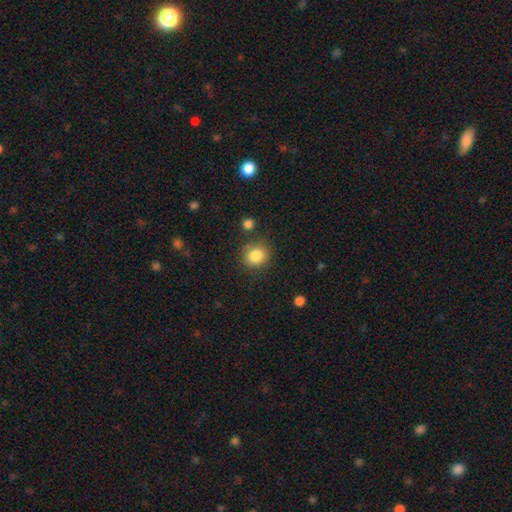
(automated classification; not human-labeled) Overall: smooth (84%). How rounded: round (80%). Merging: none (80%).